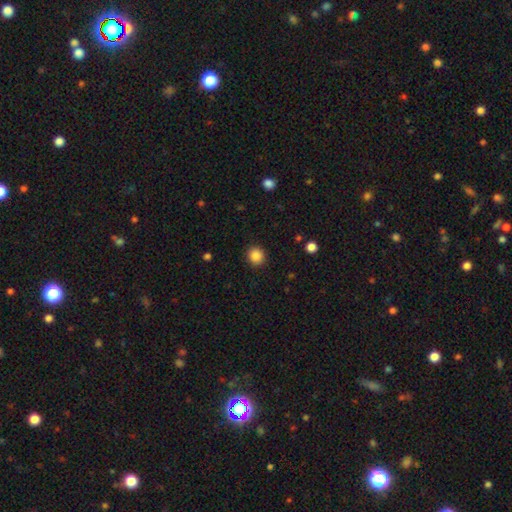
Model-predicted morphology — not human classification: A smooth galaxy with no disk features (87%) that is round (84%).

Vote fractions:
- Smooth or featured? smooth: 87% / star or artifact: 10% / featured or disk: 3%
- How rounded? round: 84% / in between: 15% / cigar-shaped: 1%
- Merging? none: 91% / minor disturbance: 6% / major disturbance: 2% / merger: 1%